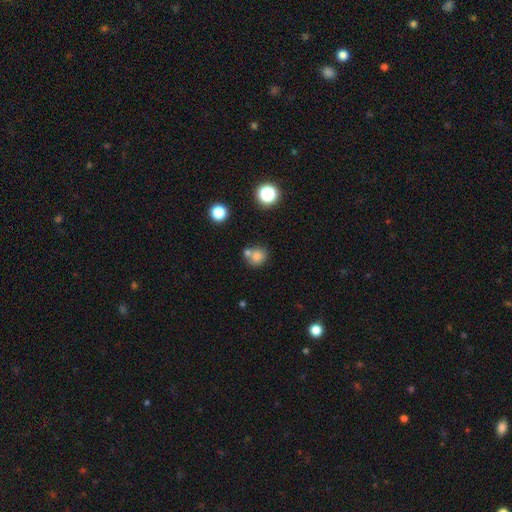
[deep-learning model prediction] Q: Smooth or featured?
A: smooth (76%); runner-up: star or artifact (14%)
Q: How rounded?
A: round (80%); runner-up: in between (19%)
Q: Merging?
A: none (54%); runner-up: merger (32%)